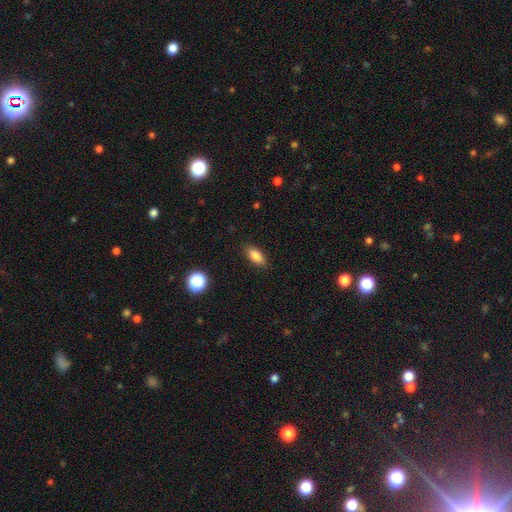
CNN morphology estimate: Q: Smooth or featured?
A: smooth (84%); runner-up: star or artifact (9%)
Q: How rounded?
A: in between (84%); runner-up: cigar-shaped (12%)
Q: Merging?
A: none (87%); runner-up: minor disturbance (10%)